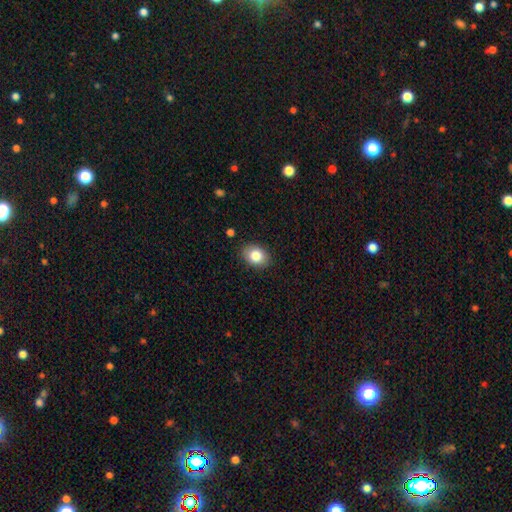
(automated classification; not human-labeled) Q: Smooth or featured?
A: smooth (84%); runner-up: featured or disk (8%)
Q: How rounded?
A: in between (73%); runner-up: round (26%)
Q: Merging?
A: none (86%); runner-up: minor disturbance (10%)